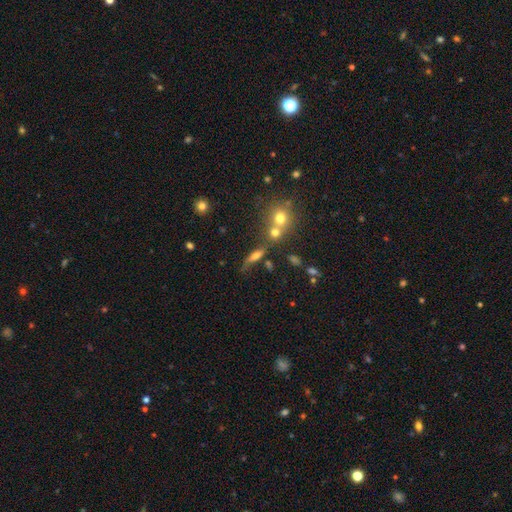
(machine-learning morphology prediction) Smooth or featured?
  - smooth: 53% *
  - featured or disk: 31%
  - star or artifact: 15%
How rounded?
  - cigar-shaped: 47% *
  - in between: 42%
  - round: 12%
Merging?
  - none: 46% *
  - merger: 23%
  - minor disturbance: 19%
  - major disturbance: 12%